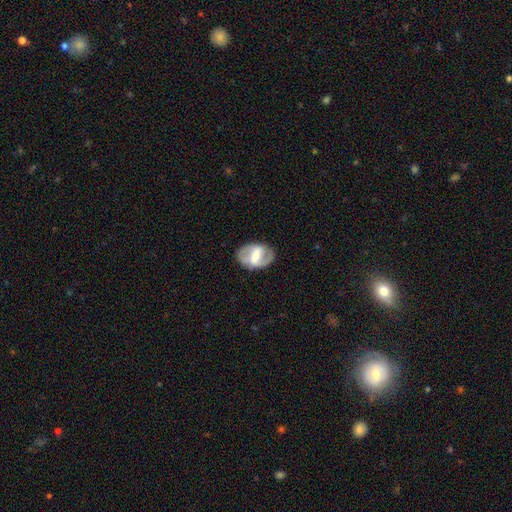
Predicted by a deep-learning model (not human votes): Morphology: type=featured or disk (69%); edge-on=no (94%); bar=strong (57%); spiral arms=yes (61%); bulge=moderate (52%); merging=none (79%).